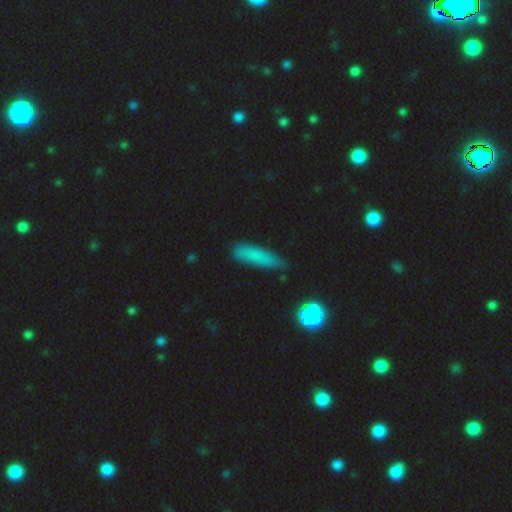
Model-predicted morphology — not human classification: smooth_or_featured: smooth (p=0.76) [alt: featured or disk p=0.13]
how_rounded: cigar-shaped (p=0.75) [alt: in between p=0.22]
merging: none (p=0.62) [alt: minor disturbance p=0.28]